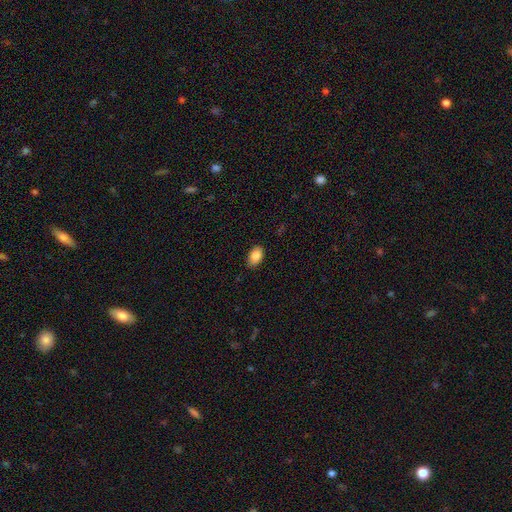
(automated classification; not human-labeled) Smooth or featured? Predicted: smooth (p=0.87). How rounded? Predicted: in between (p=0.90). Merging? Predicted: none (p=0.84).